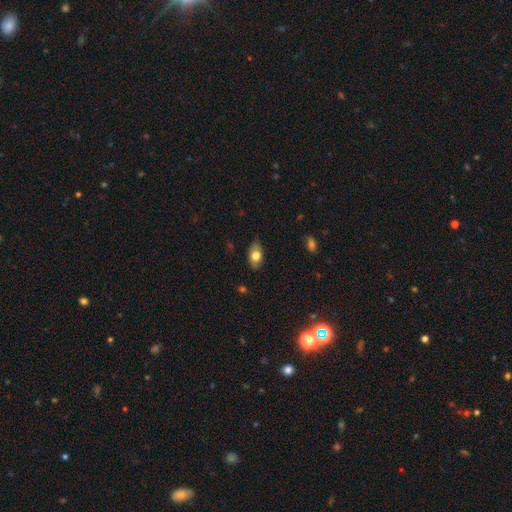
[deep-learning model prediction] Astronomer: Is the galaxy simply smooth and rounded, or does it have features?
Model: smooth — 73%.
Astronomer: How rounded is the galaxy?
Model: in between — 88%.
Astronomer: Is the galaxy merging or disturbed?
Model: none — 73%.